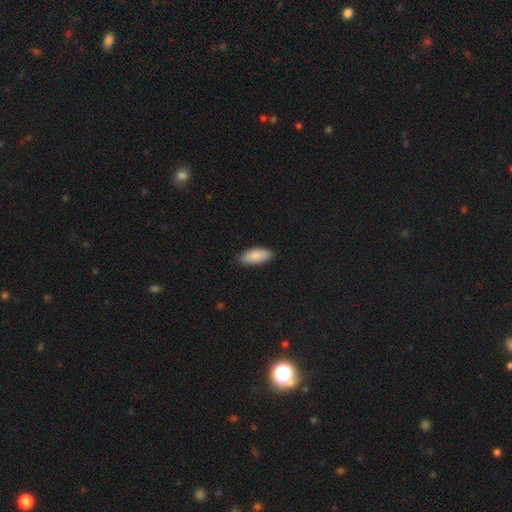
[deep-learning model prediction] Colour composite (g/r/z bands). It shows a smooth galaxy with no disk features (87%) that is in between round and cigar-shaped (87%). Merging: none (87%).